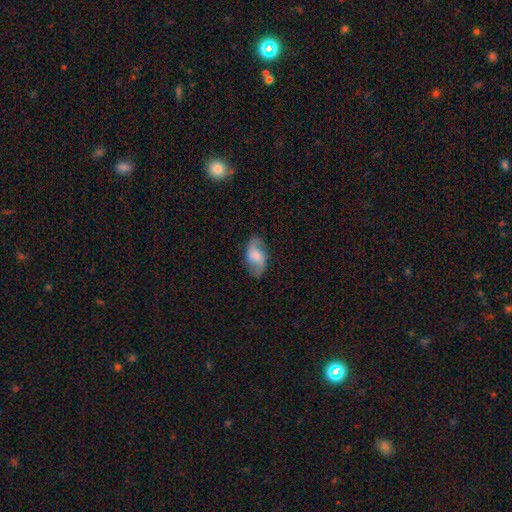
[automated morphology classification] Overall: featured or disk (54%; smooth 39%). Edge-on disk: no (94%). Bar: no (52%; weak 38%). Spiral arms: yes (86%). Bulge size: moderate (41%; small 35%). Merging: none (78%).